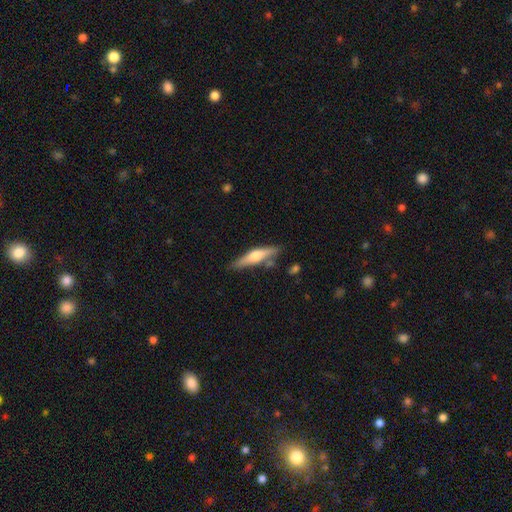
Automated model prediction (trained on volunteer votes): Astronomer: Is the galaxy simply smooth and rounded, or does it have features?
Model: featured or disk — 53% (runner-up: smooth, 41%).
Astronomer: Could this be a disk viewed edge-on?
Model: yes — 94%.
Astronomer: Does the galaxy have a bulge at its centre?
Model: rounded — 90%.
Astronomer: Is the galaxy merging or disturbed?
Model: none — 79%.